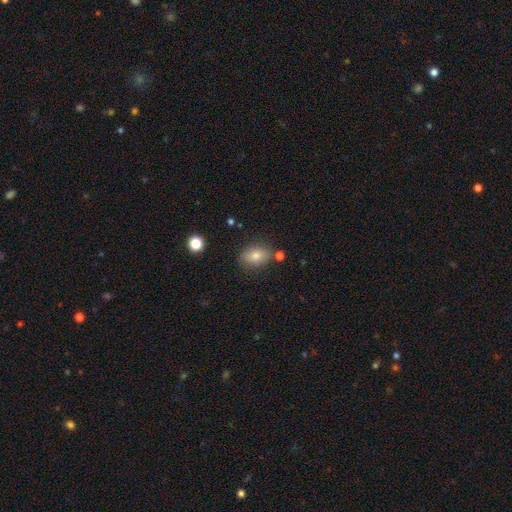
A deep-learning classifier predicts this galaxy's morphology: Smooth or featured?
  - smooth: 78% *
  - featured or disk: 12%
  - star or artifact: 11%
How rounded?
  - in between: 76% *
  - round: 22%
  - cigar-shaped: 2%
Merging?
  - none: 79% *
  - minor disturbance: 13%
  - merger: 5%
  - major disturbance: 3%